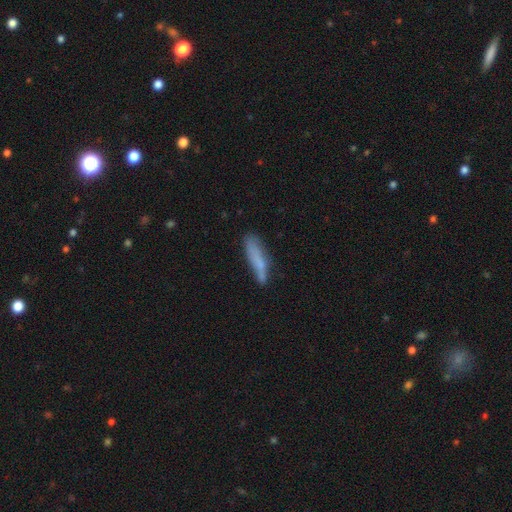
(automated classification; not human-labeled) Smooth or featured?
  - smooth: 68% *
  - featured or disk: 24%
  - star or artifact: 8%
How rounded?
  - cigar-shaped: 82% *
  - in between: 17%
  - round: 2%
Merging?
  - none: 62% *
  - minor disturbance: 25%
  - major disturbance: 7%
  - merger: 6%